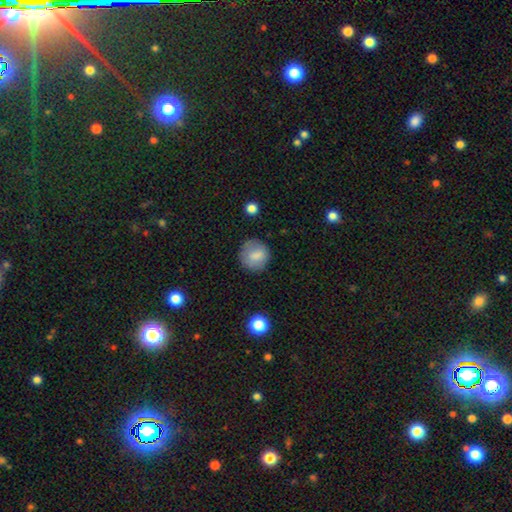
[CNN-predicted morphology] smooth_or_featured: smooth (p=0.80) [alt: featured or disk p=0.11]
how_rounded: round (p=0.88) [alt: in between p=0.11]
merging: none (p=0.79) [alt: minor disturbance p=0.15]